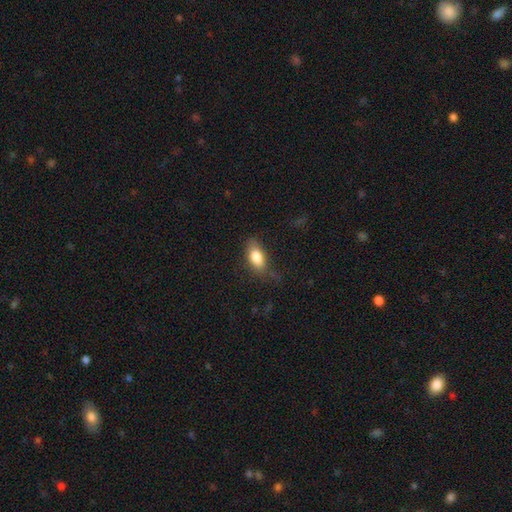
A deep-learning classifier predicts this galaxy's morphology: smooth 81%, featured or disk 12%, star or artifact 7%. Down the decision tree: how rounded — in between (87%); merging — none (66%).